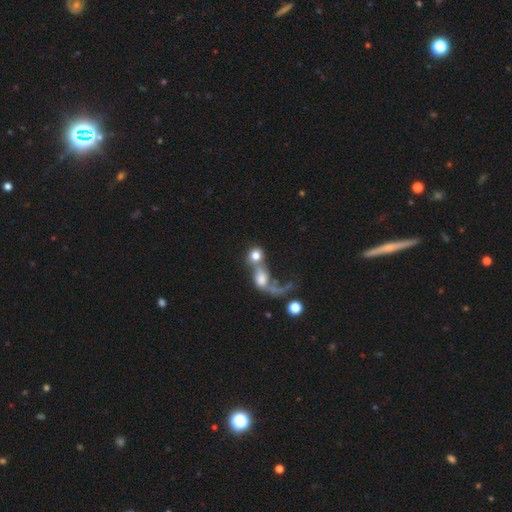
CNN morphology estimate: Smooth or featured: smooth — 64% (featured or disk — 25%)
How rounded: round — 76% (in between — 21%)
Merging: merger — 61% (none — 18%)